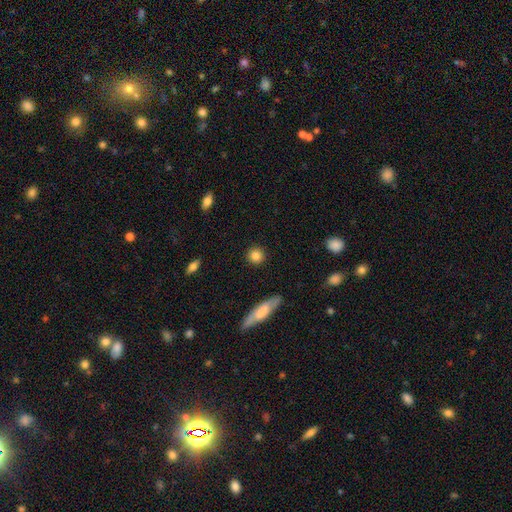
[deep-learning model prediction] smooth-or-featured: smooth: 85% | star or artifact: 8% | featured or disk: 7%
  how-rounded: round: 90% | in between: 8% | cigar-shaped: 2%
  merging: none: 91% | minor disturbance: 6% | major disturbance: 2% | merger: 1%